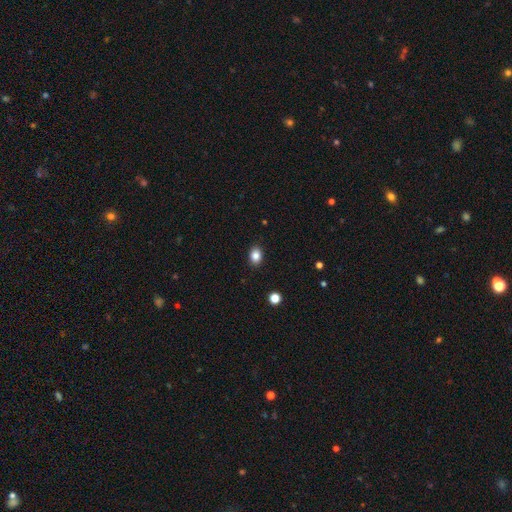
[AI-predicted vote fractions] Smooth or featured? Predicted: smooth (p=0.85). How rounded? Predicted: in between (p=0.68). Merging? Predicted: none (p=0.90).